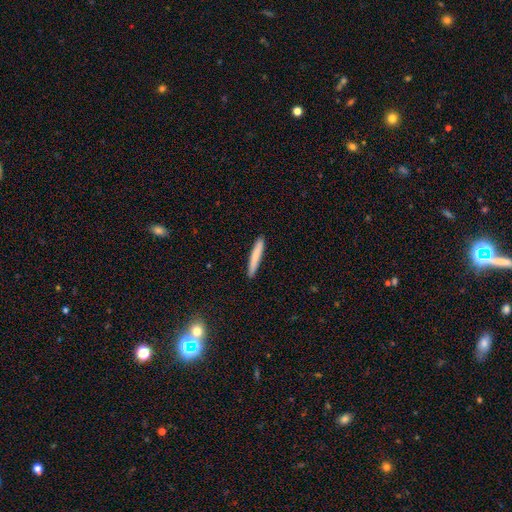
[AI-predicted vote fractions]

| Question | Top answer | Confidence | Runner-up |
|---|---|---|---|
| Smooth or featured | smooth | 79% | featured or disk (15%) |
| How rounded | cigar-shaped | 95% | in between (3%) |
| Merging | none | 91% | minor disturbance (6%) |